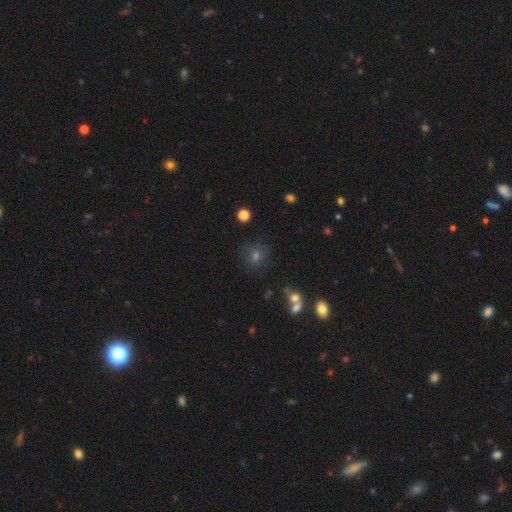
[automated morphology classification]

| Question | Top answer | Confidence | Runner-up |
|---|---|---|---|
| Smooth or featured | smooth | 56% | star or artifact (28%) |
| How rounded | round | 87% | in between (11%) |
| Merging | none | 81% | minor disturbance (11%) |